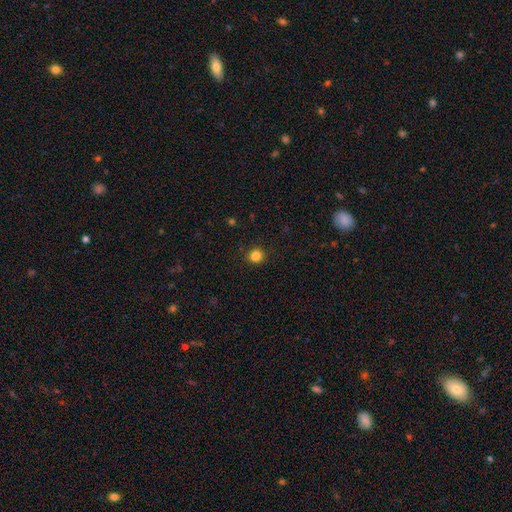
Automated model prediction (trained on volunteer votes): Smooth or featured?
  - smooth: 85% *
  - star or artifact: 12%
  - featured or disk: 3%
How rounded?
  - round: 90% *
  - in between: 9%
  - cigar-shaped: 1%
Merging?
  - none: 91% *
  - minor disturbance: 6%
  - major disturbance: 2%
  - merger: 1%